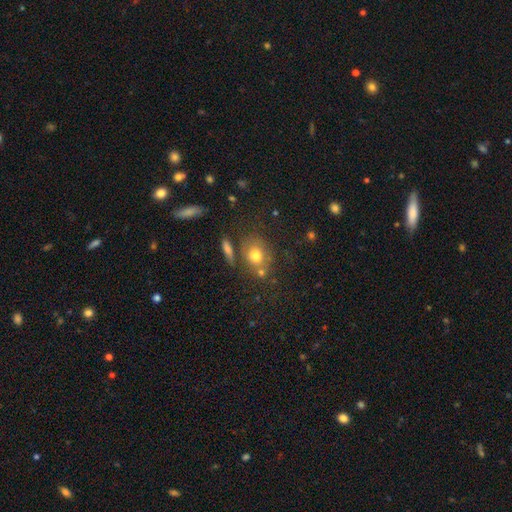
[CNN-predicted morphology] This appears to be a smooth galaxy with no disk features (72%) that is round (56%). Merging: none (62%).